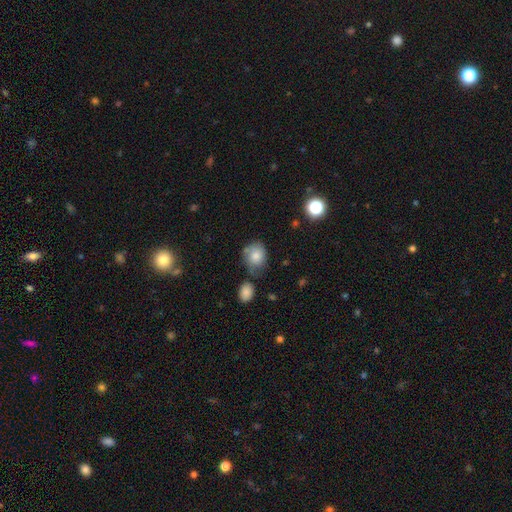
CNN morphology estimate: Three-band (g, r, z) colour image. It shows a smooth galaxy with no disk features (69%) that is round (59%). Merging: none (49%).